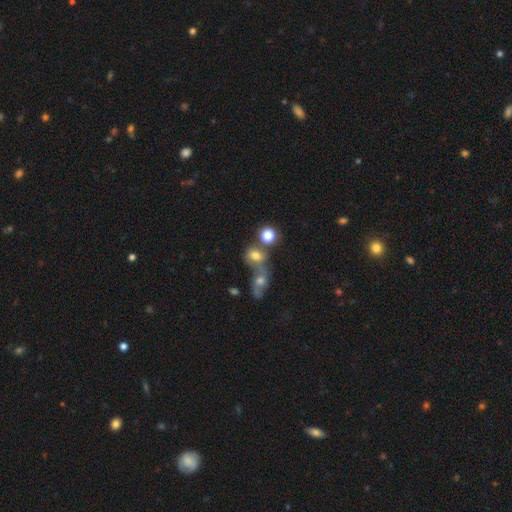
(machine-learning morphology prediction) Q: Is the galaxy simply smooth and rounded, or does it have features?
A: smooth — 69%.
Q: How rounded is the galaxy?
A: round — 59%.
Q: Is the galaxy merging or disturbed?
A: merger — 49%.